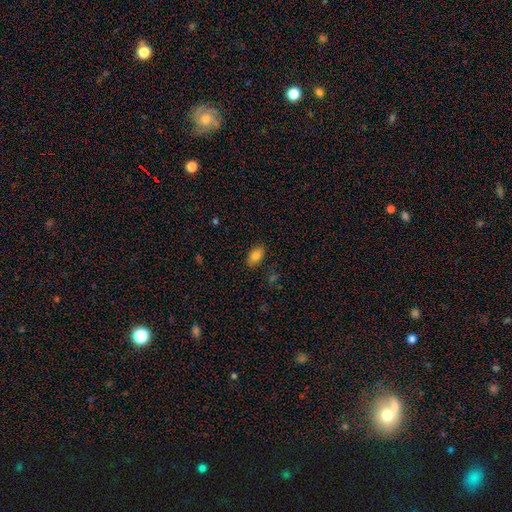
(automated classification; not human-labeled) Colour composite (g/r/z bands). It shows a smooth galaxy with no disk features (83%) that is in between round and cigar-shaped (89%). Merging: none (87%).